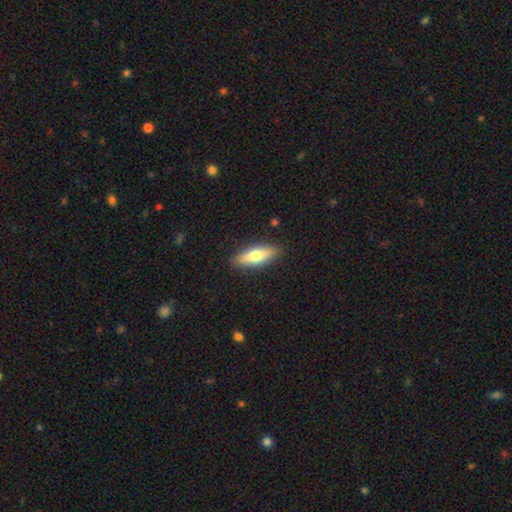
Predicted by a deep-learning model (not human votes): Overall: smooth (67%). How rounded: in between (59%; cigar-shaped 38%). Merging: none (88%).